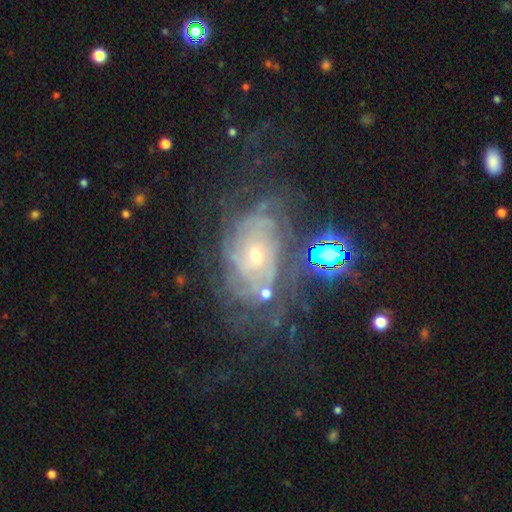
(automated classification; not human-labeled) Morphology: type=featured or disk (79%); edge-on=no (95%); bar=no (79%); spiral arms=yes (92%); winding=tight (70%); arm count=can't tell (47%); bulge=small (68%); merging=none (60%).